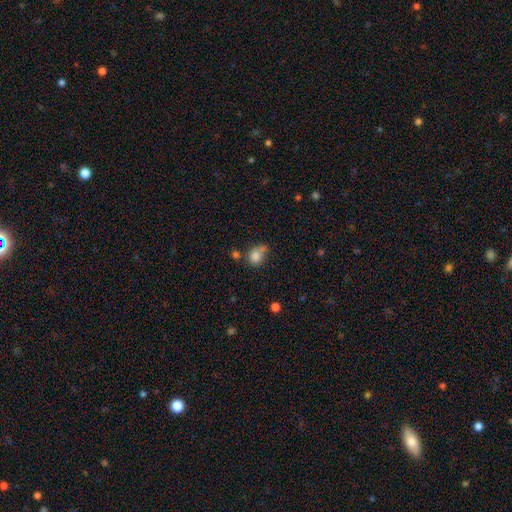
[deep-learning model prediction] smooth 81%, star or artifact 11%, featured or disk 9%. Down the decision tree: how rounded — round (60%); merging — none (40%).